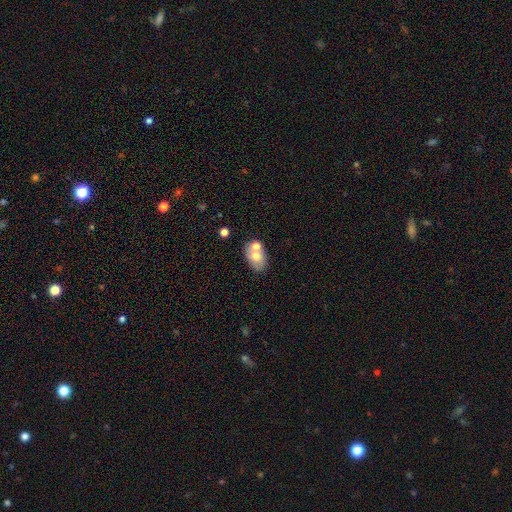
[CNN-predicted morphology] smooth_or_featured: smooth (p=0.65) [alt: featured or disk p=0.27]
how_rounded: in between (p=0.85) [alt: round p=0.14]
merging: none (p=0.51) [alt: merger p=0.30]